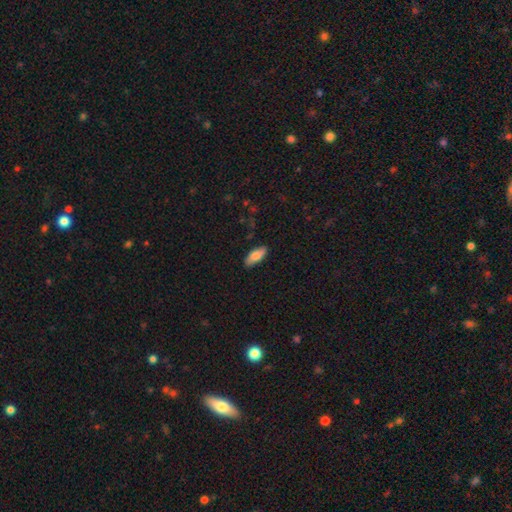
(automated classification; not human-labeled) Overall: smooth (79%). How rounded: in between (77%). Merging: none (84%).